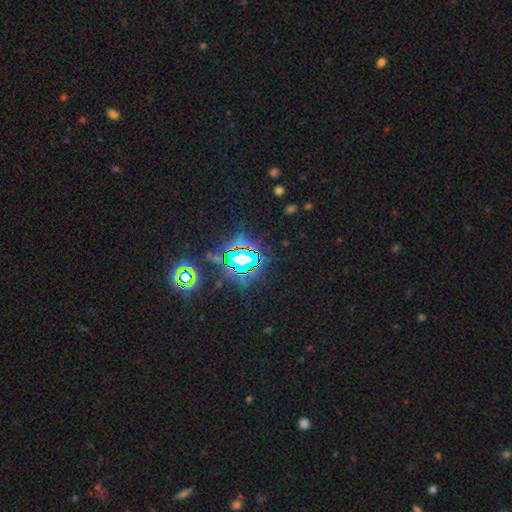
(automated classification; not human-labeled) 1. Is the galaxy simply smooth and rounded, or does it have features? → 83% star or artifact, 10% smooth, 7% featured or disk.